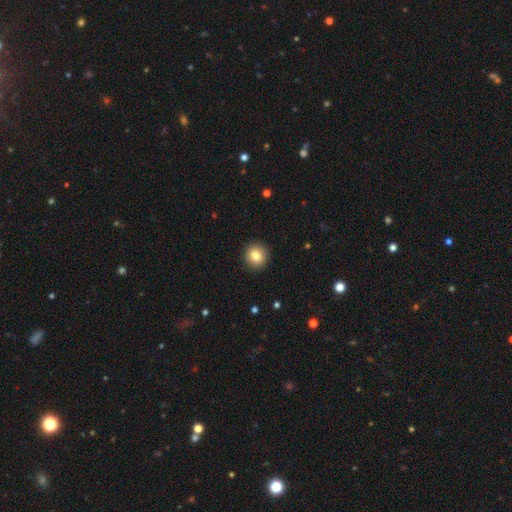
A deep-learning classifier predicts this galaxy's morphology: Smooth or featured? Predicted: smooth (p=0.83). How rounded? Predicted: round (p=0.92). Merging? Predicted: none (p=0.92).